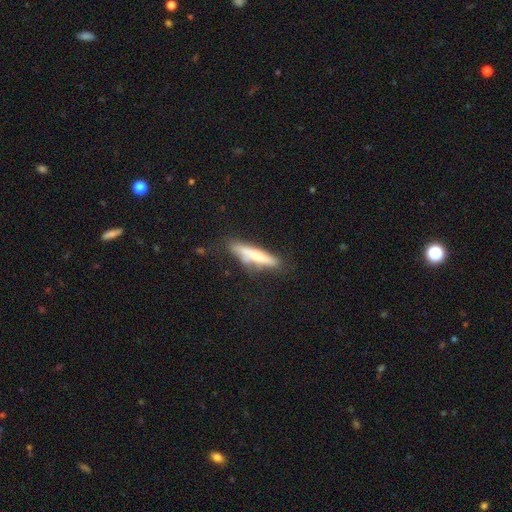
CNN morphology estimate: Overall: smooth (54%; featured or disk 39%). How rounded: cigar-shaped (86%). Merging: none (68%).